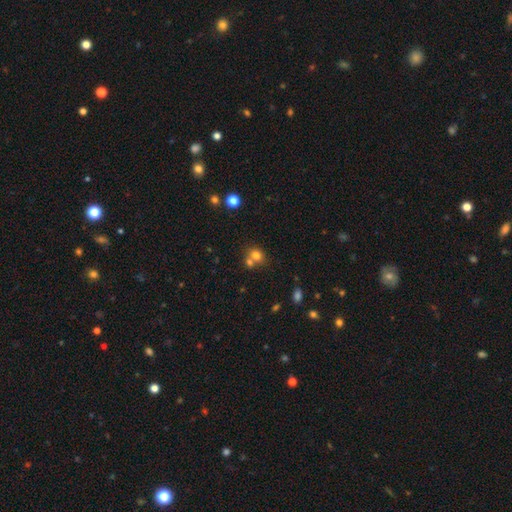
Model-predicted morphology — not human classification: A smooth galaxy with no disk features (74%) that is round (72%).

Vote fractions:
- Smooth or featured? smooth: 74% / star or artifact: 15% / featured or disk: 11%
- How rounded? round: 72% / in between: 27% / cigar-shaped: 1%
- Merging? none: 45% / merger: 44% / minor disturbance: 8% / major disturbance: 3%